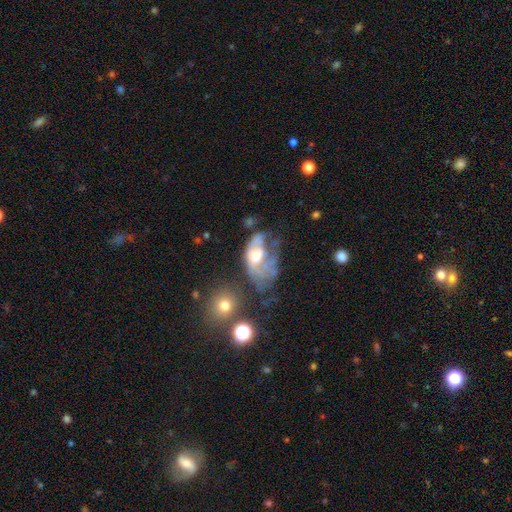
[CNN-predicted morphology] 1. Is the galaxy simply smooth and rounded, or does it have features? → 58% featured or disk, 30% smooth, 11% star or artifact.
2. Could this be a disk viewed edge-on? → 95% no, 5% yes.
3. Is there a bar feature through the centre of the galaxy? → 80% no, 17% weak, 4% strong.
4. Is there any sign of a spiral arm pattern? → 66% no, 34% yes.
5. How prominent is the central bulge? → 50% moderate, 25% large, 13% small, 9% none, 3% dominant.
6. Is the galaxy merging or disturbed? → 47% major disturbance, 20% none, 18% minor disturbance, 16% merger.